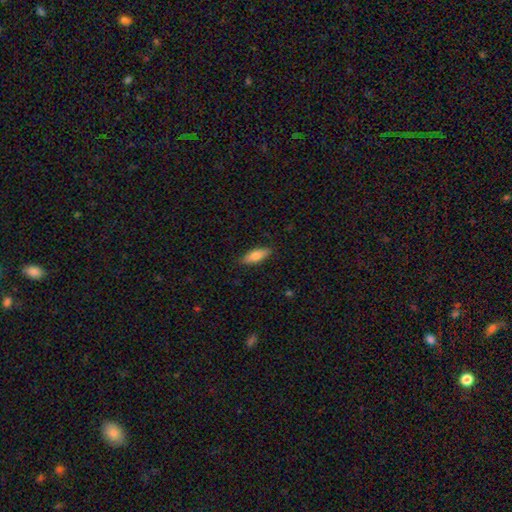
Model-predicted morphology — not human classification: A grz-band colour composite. It shows a smooth galaxy with no disk features (78%) that is in between round and cigar-shaped (69%). Merging: none (87%).